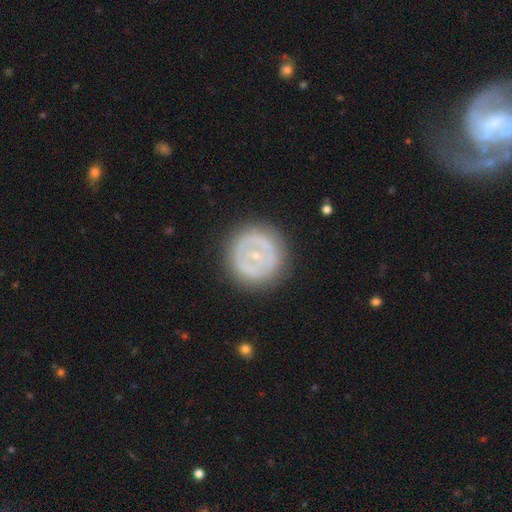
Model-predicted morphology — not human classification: The model was most divided on "smooth or featured": featured or disk: 56%, smooth: 37%, star or artifact: 7%. More confident: edge-on disk — no (95%); merging — none (85%); spiral arms — no (81%); bulge size — small (67%); bar — no (65%).